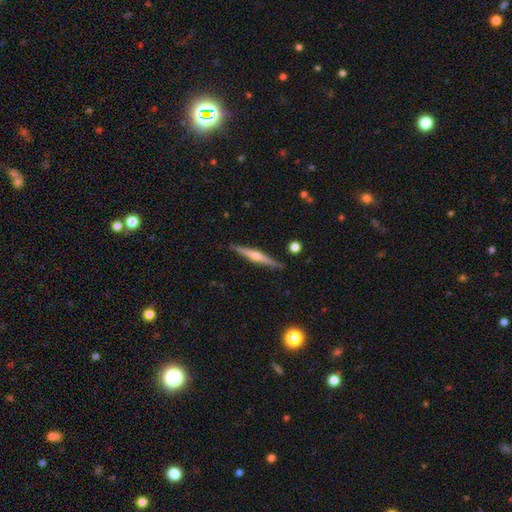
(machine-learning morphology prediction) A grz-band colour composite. It shows a featured or disk galaxy (71%) viewed edge-on (98%) with a rounded central bulge (87%). Merging: none (88%).